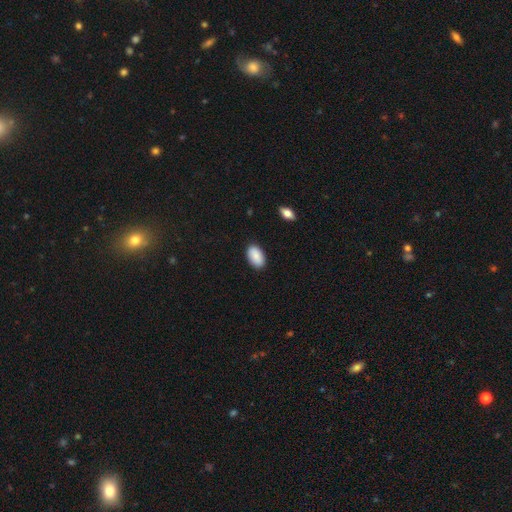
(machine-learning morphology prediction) Overall: smooth (89%). How rounded: in between (94%). Merging: none (88%).